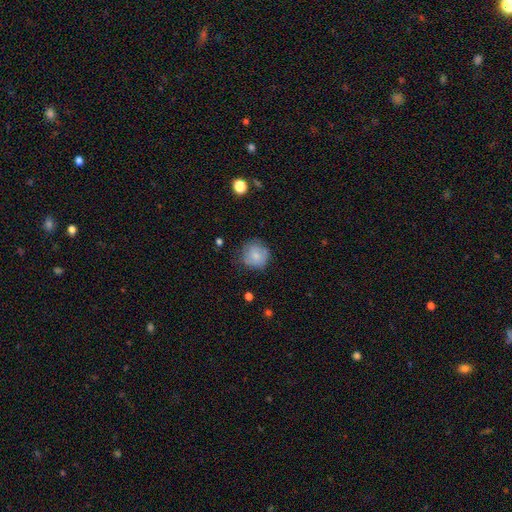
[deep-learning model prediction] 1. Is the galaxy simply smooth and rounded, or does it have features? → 73% smooth, 19% featured or disk, 7% star or artifact.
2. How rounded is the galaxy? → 89% round, 10% in between, 1% cigar-shaped.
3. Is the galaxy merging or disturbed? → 70% none, 22% minor disturbance, 6% major disturbance, 1% merger.